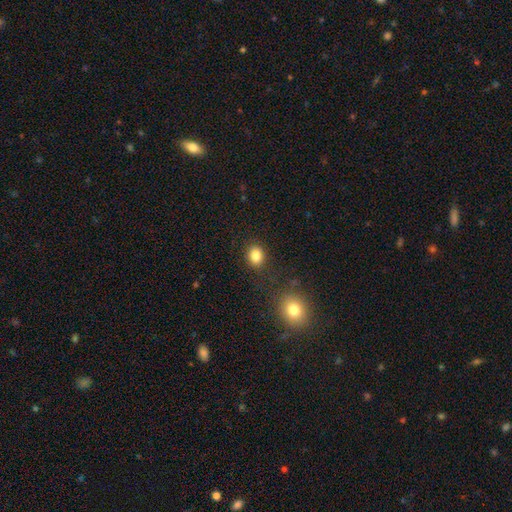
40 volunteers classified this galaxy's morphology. Overall: smooth (88%). How rounded: round (51%; in between 49%). Merging: none (89%).